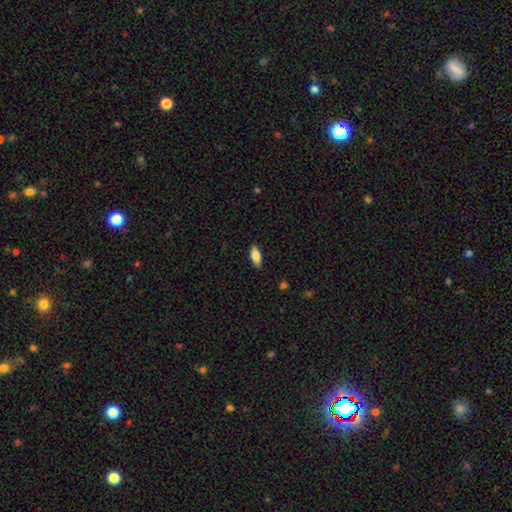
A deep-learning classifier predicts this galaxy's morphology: The model was most divided on "how rounded": in between: 79%, cigar-shaped: 19%, round: 2%. More confident: merging — none (89%); smooth or featured — smooth (81%).